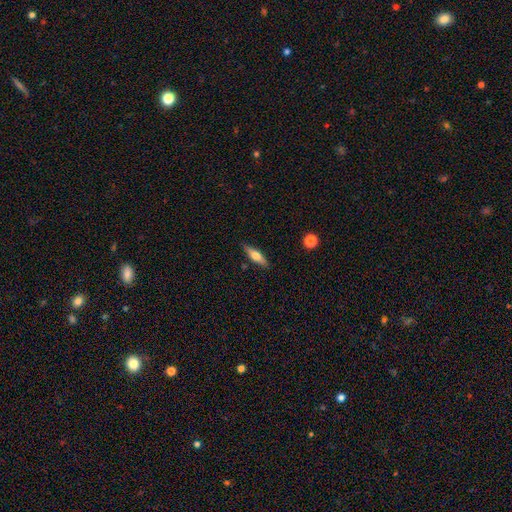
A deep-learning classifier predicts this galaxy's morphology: Smooth or featured: smooth — 55% (featured or disk — 39%)
How rounded: cigar-shaped — 59% (in between — 39%)
Merging: none — 85% (minor disturbance — 11%)